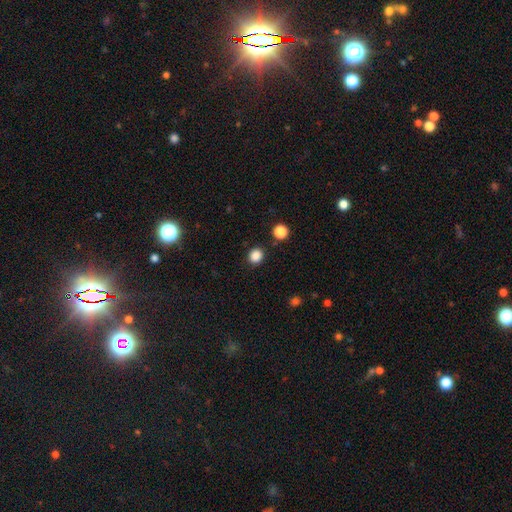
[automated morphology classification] The model was most divided on "how rounded": round: 78%, in between: 21%, cigar-shaped: 1%. More confident: merging — none (87%); smooth or featured — smooth (86%).